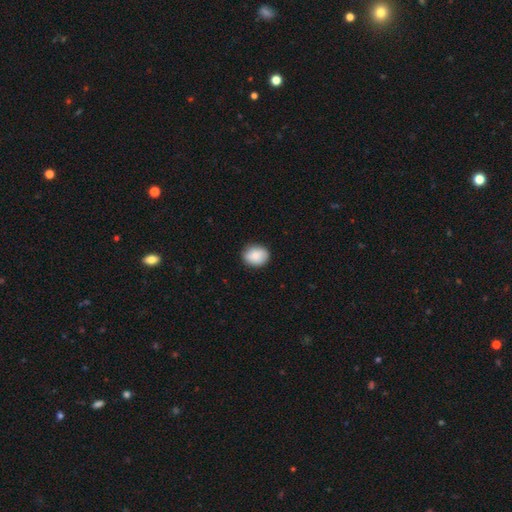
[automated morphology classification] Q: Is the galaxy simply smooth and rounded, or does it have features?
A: smooth — 87%.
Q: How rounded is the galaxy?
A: round — 53%.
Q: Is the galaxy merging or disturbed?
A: none — 84%.